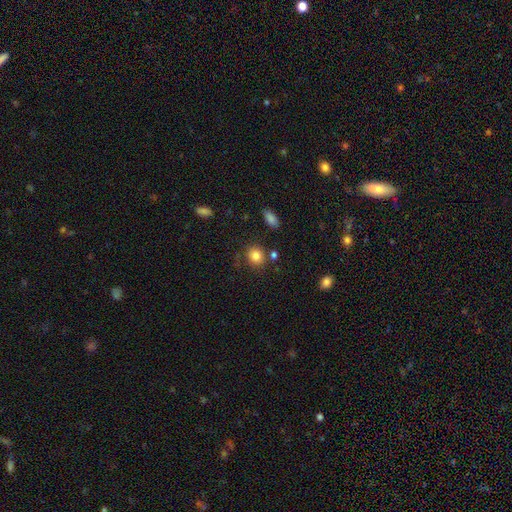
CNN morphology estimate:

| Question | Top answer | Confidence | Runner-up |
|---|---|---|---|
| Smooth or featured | smooth | 84% | star or artifact (10%) |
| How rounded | round | 75% | in between (24%) |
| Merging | none | 78% | minor disturbance (11%) |